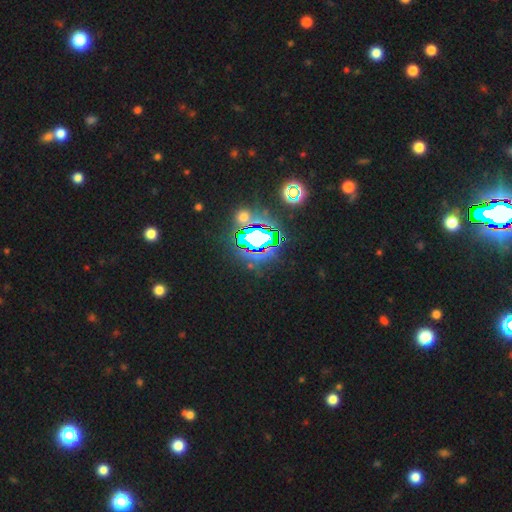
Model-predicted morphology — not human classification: star or artifact 86%, smooth 8%, featured or disk 6%.